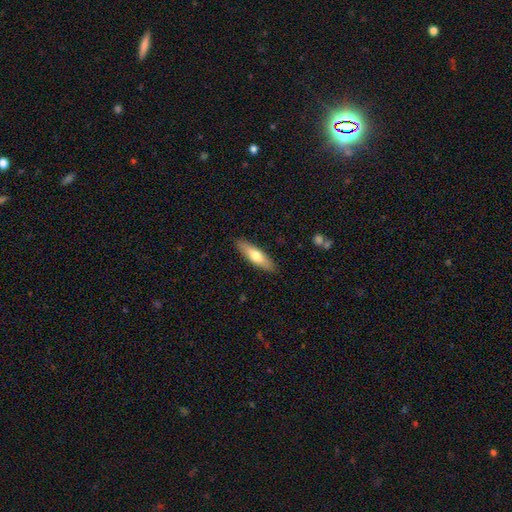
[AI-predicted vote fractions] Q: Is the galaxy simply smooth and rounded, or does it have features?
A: smooth — 63%.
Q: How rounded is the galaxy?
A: cigar-shaped — 65%.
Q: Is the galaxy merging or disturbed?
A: none — 89%.